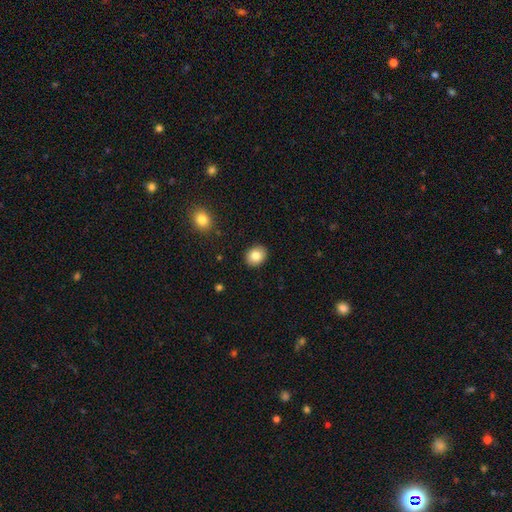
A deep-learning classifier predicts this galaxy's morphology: Smooth or featured? Predicted: smooth (p=0.83). How rounded? Predicted: round (p=0.55). Merging? Predicted: none (p=0.90).